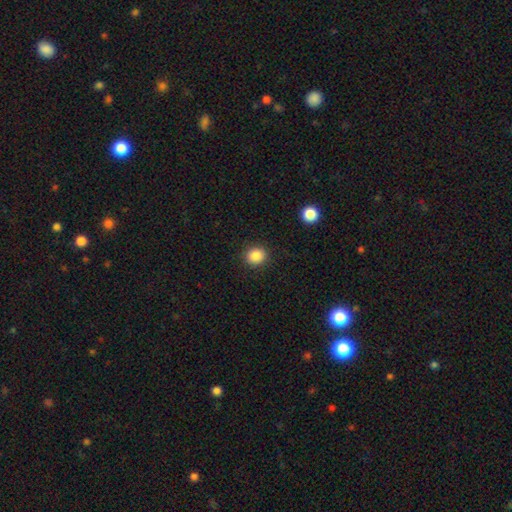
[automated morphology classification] This appears to be a smooth galaxy with no disk features (86%) that is round (83%). Merging: none (90%).